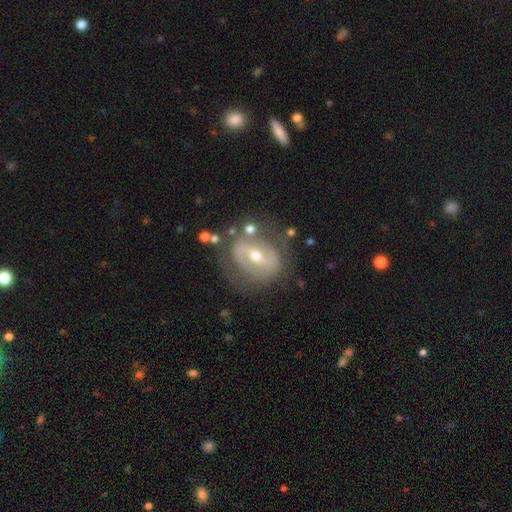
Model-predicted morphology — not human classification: The model was most divided on "spiral arms": yes: 52%, no: 48%. Remaining: edge-on disk — no (94%); smooth or featured — featured or disk (74%); merging — none (69%); bulge size — moderate (56%); bar — strong (48%).